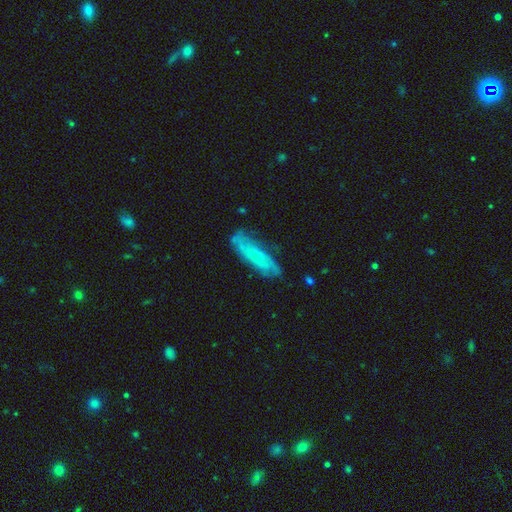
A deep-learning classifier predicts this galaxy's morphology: Smooth or featured? smooth (53%)
How rounded? cigar-shaped (61%)
Merging? none (61%)